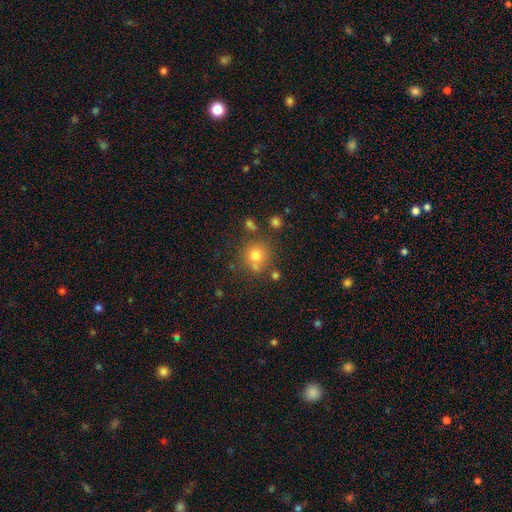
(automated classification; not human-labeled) This is likely a smooth galaxy (75%). How rounded: clearly round (88%). Merging: likely none (70%).